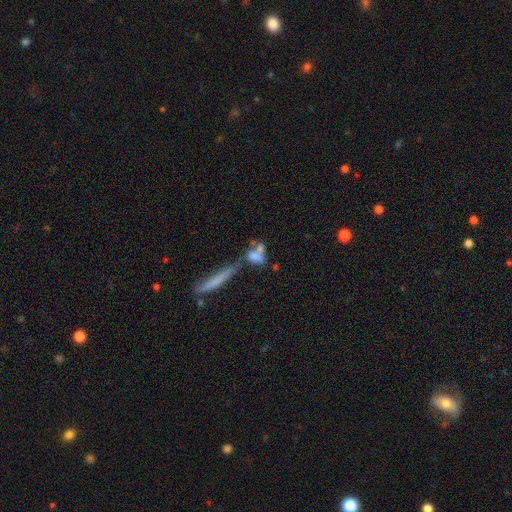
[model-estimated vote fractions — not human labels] A smooth galaxy with no disk features (63%) that is in between round and cigar-shaped (56%). Merging: merger (47%).